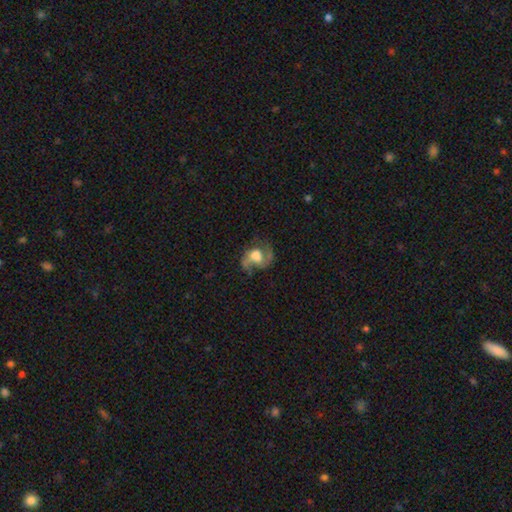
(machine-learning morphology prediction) This is likely a featured or disk galaxy (65%). It is clearly not viewed edge-on (97%). Bar: likely no (63%). Spiral arm pattern: clearly yes (81%). Spiral arm count: likely 2 (72%). Spiral winding: marginally medium (44%). Central bulge: possibly large (49%). Merging: possibly none (47%).